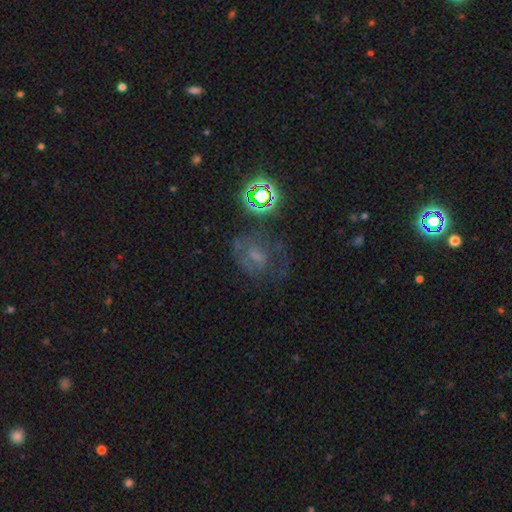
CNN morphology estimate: featured or disk 42%, smooth 31%, star or artifact 27%. Down the decision tree: merging — none (51%).